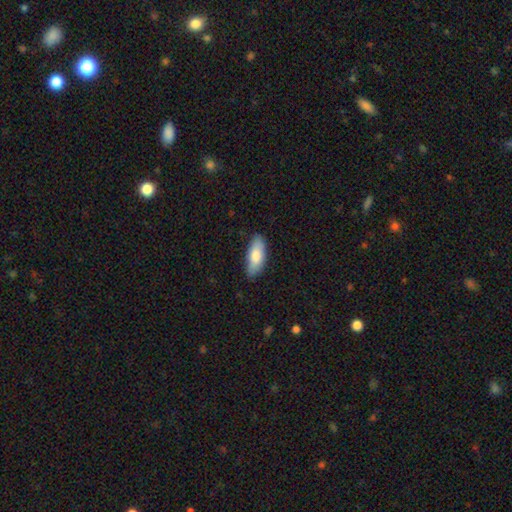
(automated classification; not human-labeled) This appears to be a smooth galaxy with no disk features (78%) that is in between round and cigar-shaped (81%). Merging: none (86%).